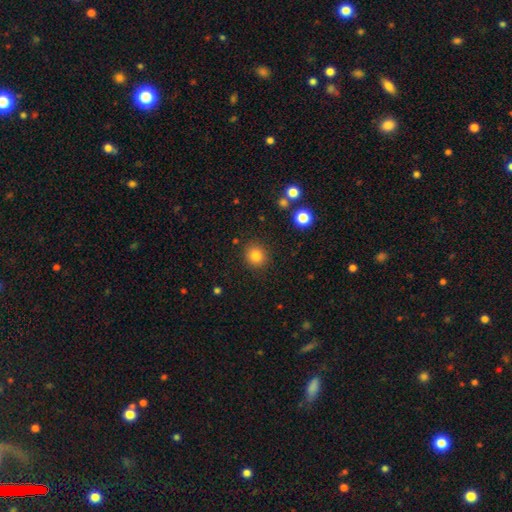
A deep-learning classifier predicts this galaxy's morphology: Q: Smooth or featured?
A: smooth (82%); runner-up: star or artifact (12%)
Q: How rounded?
A: round (88%); runner-up: in between (11%)
Q: Merging?
A: none (89%); runner-up: minor disturbance (7%)